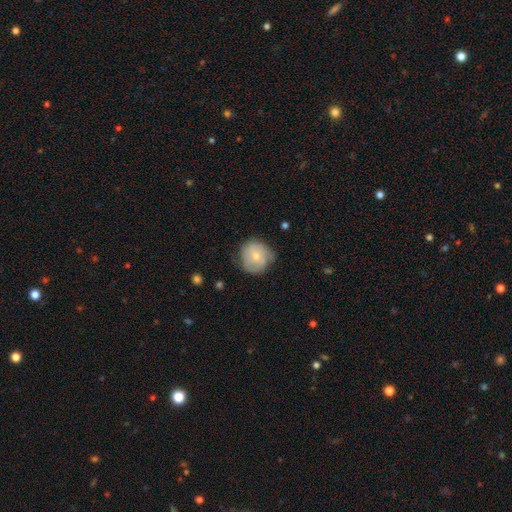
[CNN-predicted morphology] Smooth or featured: smooth — 57% (featured or disk — 36%)
How rounded: round — 88% (in between — 11%)
Merging: none — 63% (minor disturbance — 28%)